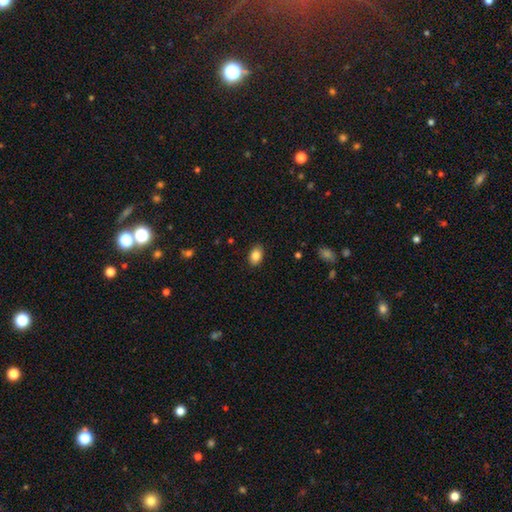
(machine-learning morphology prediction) A smooth galaxy with no disk features (86%) that is in between round and cigar-shaped (85%).

Vote fractions:
- Smooth or featured? smooth: 86% / star or artifact: 8% / featured or disk: 6%
- How rounded? in between: 85% / round: 14% / cigar-shaped: 1%
- Merging? none: 88% / minor disturbance: 9% / major disturbance: 2% / merger: 1%